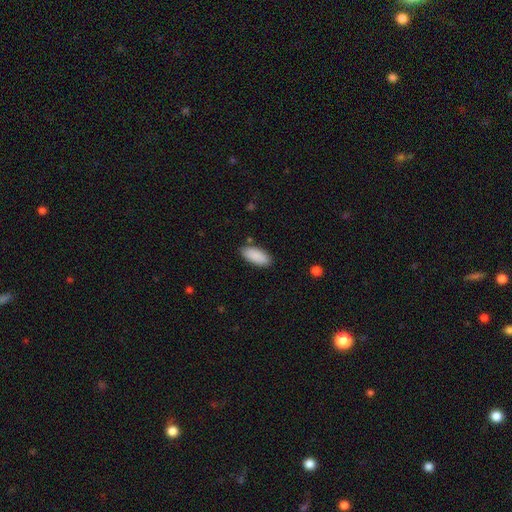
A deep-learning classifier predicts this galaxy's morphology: A smooth galaxy with no disk features (90%) that is in between round and cigar-shaped (87%). Merging: none (86%).